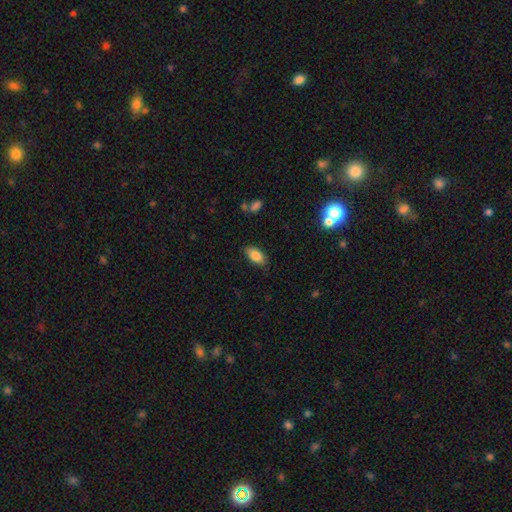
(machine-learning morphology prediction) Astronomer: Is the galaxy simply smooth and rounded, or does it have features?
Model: smooth — 83%.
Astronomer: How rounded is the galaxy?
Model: in between — 91%.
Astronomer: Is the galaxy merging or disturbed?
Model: none — 83%.